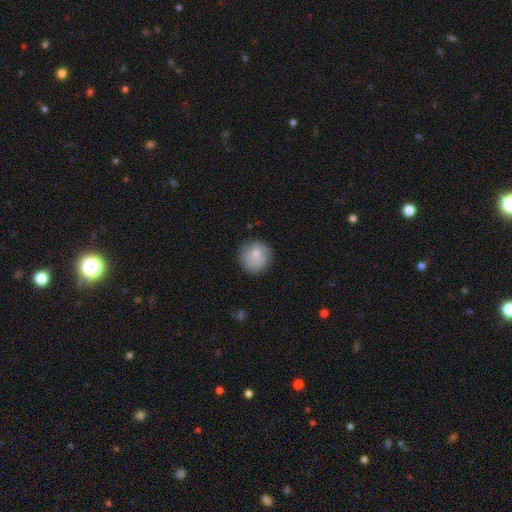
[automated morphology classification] This is likely a smooth galaxy (73%). How rounded: clearly round (89%). Merging: likely none (75%).